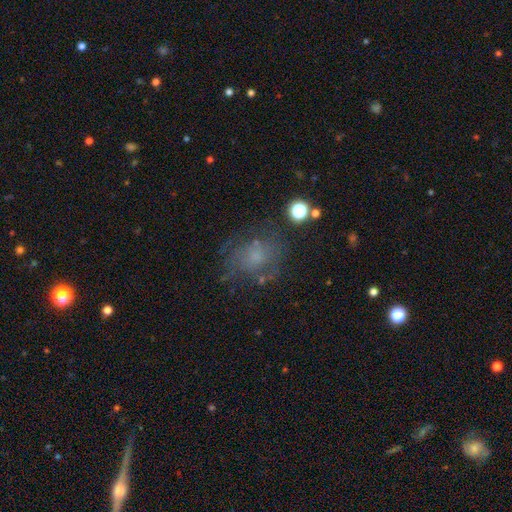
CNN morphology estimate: This appears to be a smooth galaxy with no disk features (42%). Merging: none (60%).